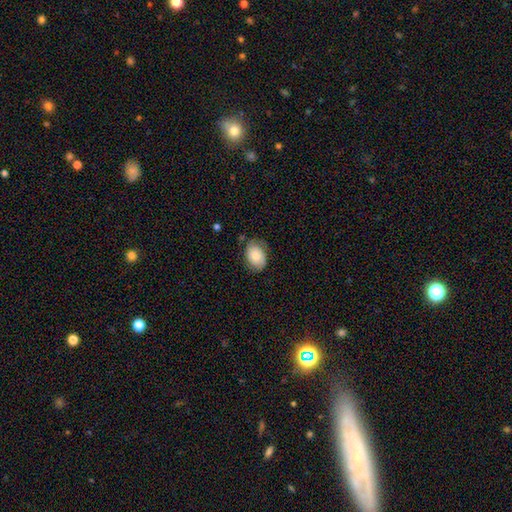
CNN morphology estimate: Smooth or featured?
  - smooth: 68% *
  - featured or disk: 24%
  - star or artifact: 7%
How rounded?
  - in between: 73% *
  - round: 26%
  - cigar-shaped: 1%
Merging?
  - none: 70% *
  - minor disturbance: 22%
  - major disturbance: 6%
  - merger: 2%